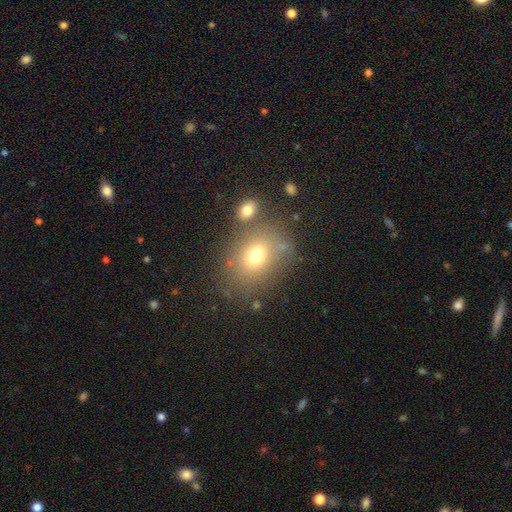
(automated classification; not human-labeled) Overall: smooth (70%). How rounded: in between (57%; round 42%). Merging: none (68%).